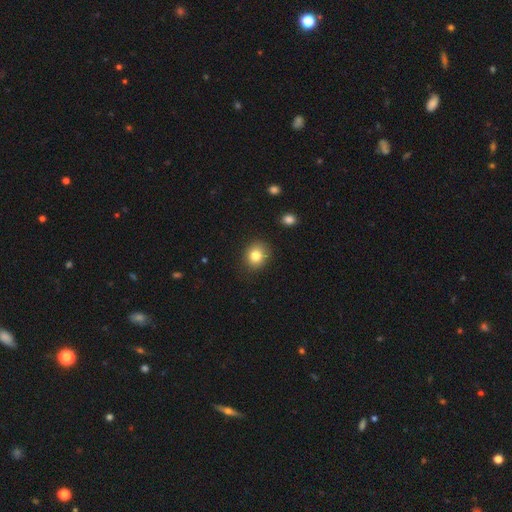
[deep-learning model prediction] Smooth or featured? Predicted: smooth (p=0.82). How rounded? Predicted: round (p=0.74). Merging? Predicted: none (p=0.86).